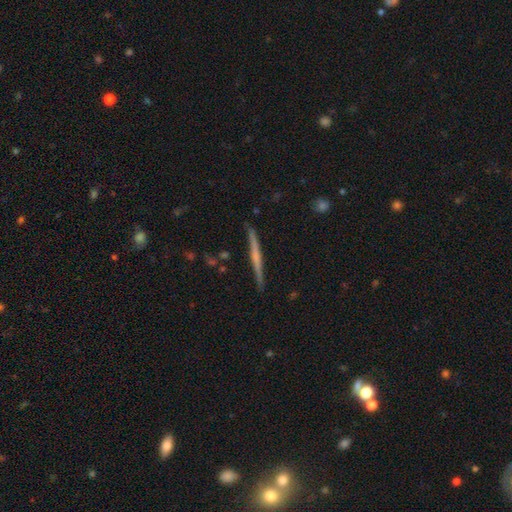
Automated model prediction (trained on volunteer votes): This appears to be a featured or disk galaxy (64%) viewed edge-on (98%) with no central bulge (58%). Merging: none (90%).